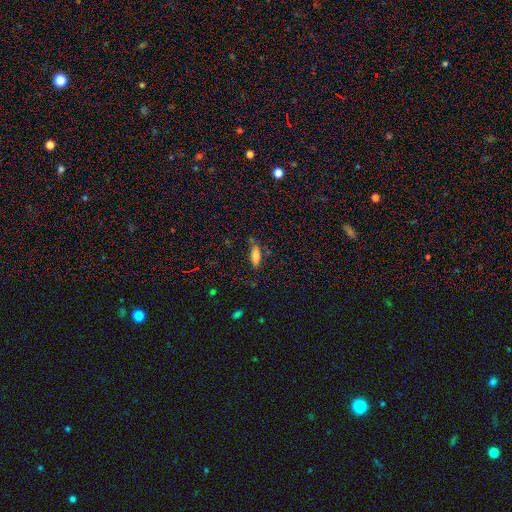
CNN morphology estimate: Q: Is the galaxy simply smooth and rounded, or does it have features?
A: smooth — 78%.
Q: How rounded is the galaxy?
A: in between — 60%.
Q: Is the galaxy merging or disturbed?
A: none — 72%.